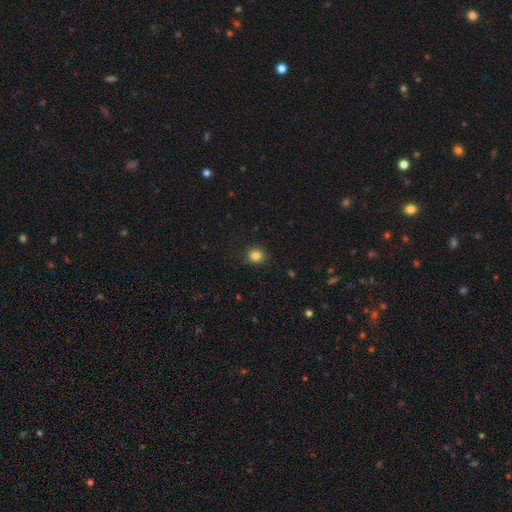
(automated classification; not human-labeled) This is clearly a smooth galaxy (84%). How rounded: clearly round (85%). Merging: clearly none (91%).